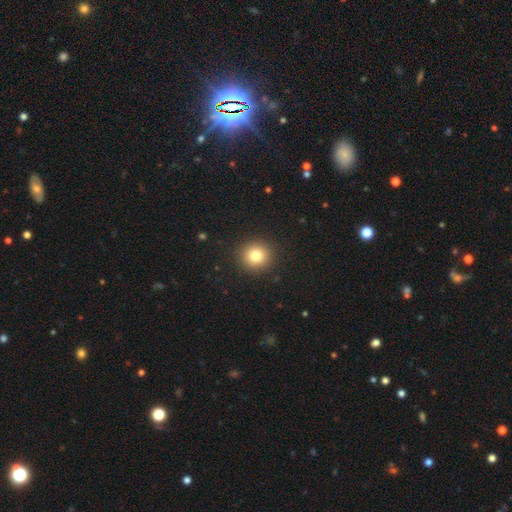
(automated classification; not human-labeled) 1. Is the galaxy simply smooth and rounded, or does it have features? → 81% smooth, 12% star or artifact, 7% featured or disk.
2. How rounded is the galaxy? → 91% round, 8% in between, 1% cigar-shaped.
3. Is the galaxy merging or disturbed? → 92% none, 5% minor disturbance, 2% major disturbance, 1% merger.